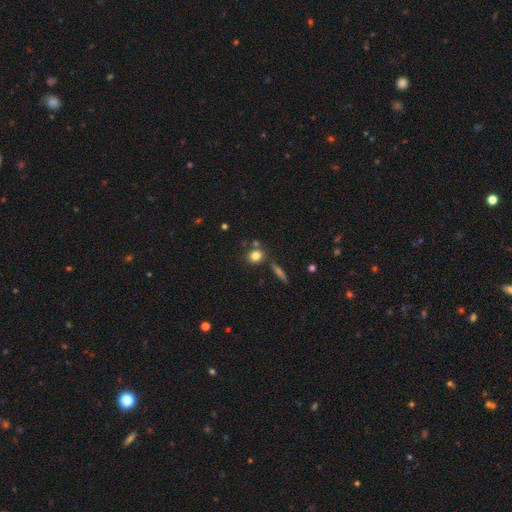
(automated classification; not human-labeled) Overall: smooth (81%). How rounded: round (69%). Merging: none (71%).